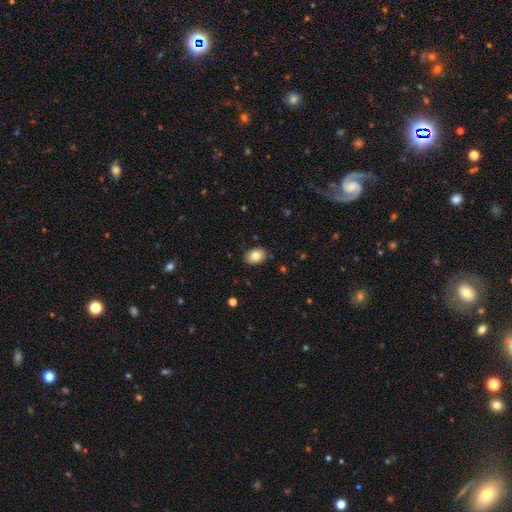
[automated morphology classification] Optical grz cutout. It shows a smooth galaxy with no disk features (83%) that is in between round and cigar-shaped (78%). Merging: none (87%).